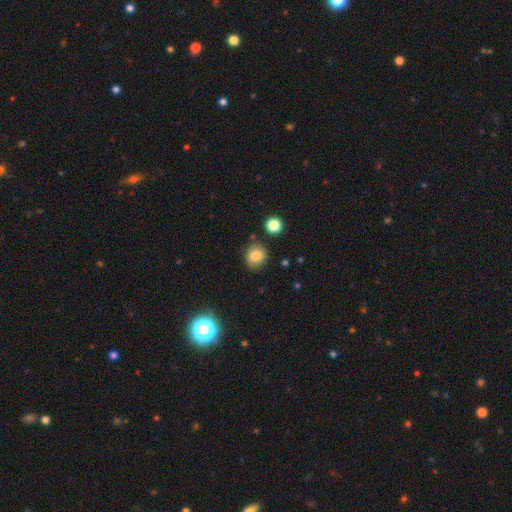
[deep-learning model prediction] Morphology: type=smooth (84%); roundness=round (78%); merging=none (83%).